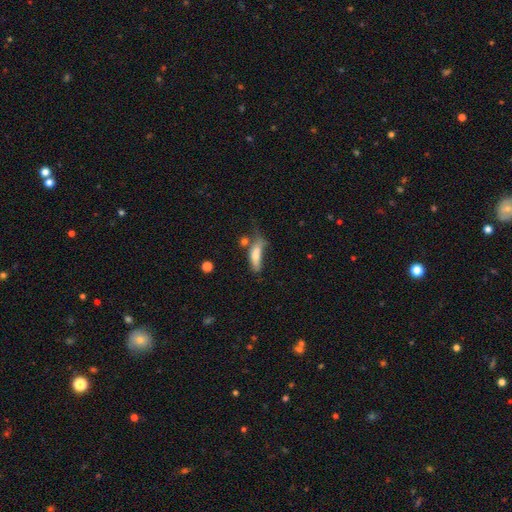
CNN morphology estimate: Overall: smooth (68%). How rounded: in between (51%; cigar-shaped 46%). Merging: none (28%; major disturbance 26%).